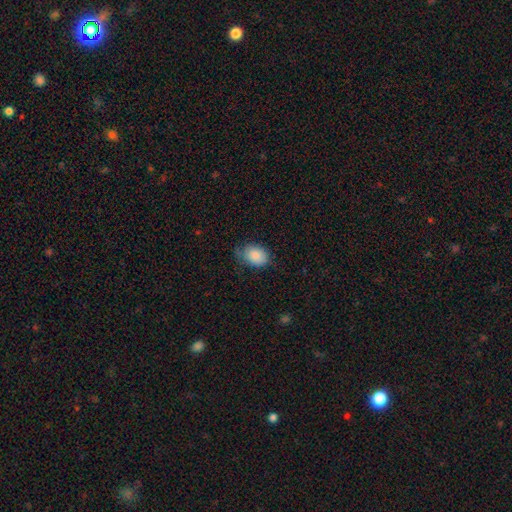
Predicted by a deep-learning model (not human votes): smooth 85%, star or artifact 8%, featured or disk 7%. Down the decision tree: how rounded — in between (73%); merging — none (60%).